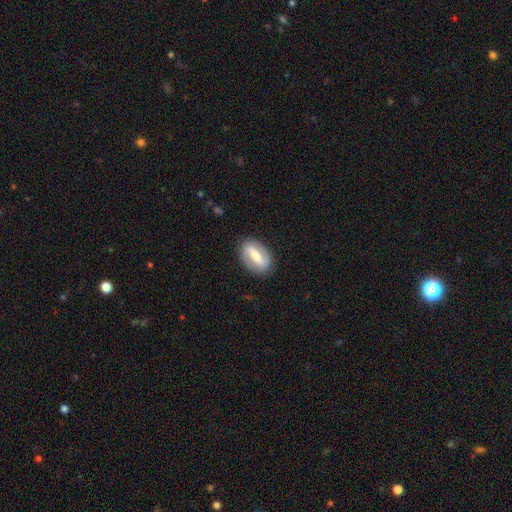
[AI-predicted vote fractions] A featured or disk galaxy (66%) with a strong bar (69%), spiral arms (65%) and a moderate central bulge (52%). Merging: none (86%).